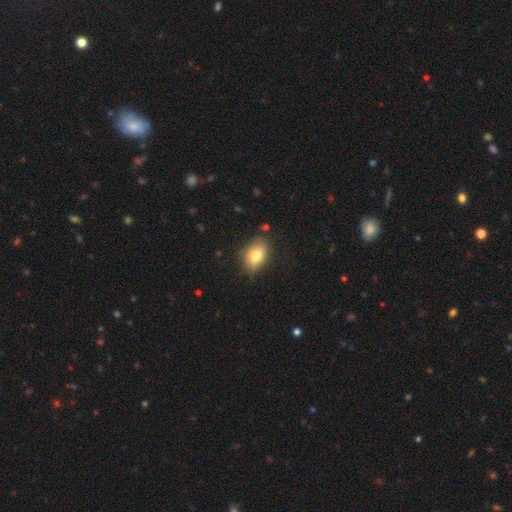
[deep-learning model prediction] A smooth galaxy with no disk features (81%) that is in between round and cigar-shaped (85%). Merging: none (78%).